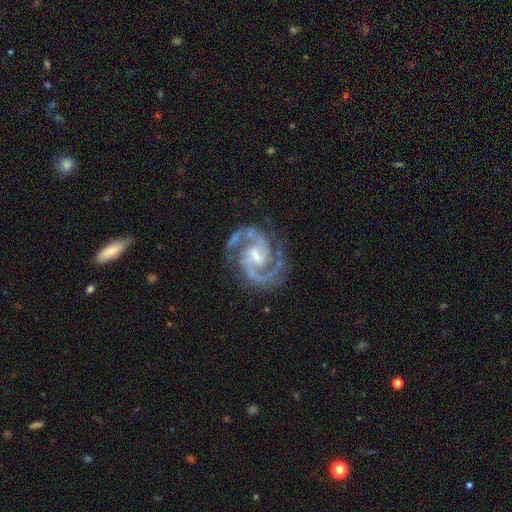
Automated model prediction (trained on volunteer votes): The model was most divided on "bulge size": small: 44%, moderate: 40%, none: 11%, large: 4%, dominant: 1%. More confident: spiral arms — yes (99%); edge-on disk — no (98%); smooth or featured — featured or disk (93%); spiral arm count — 2 (90%); merging — none (76%); spiral winding — medium (61%); bar — weak (54%).